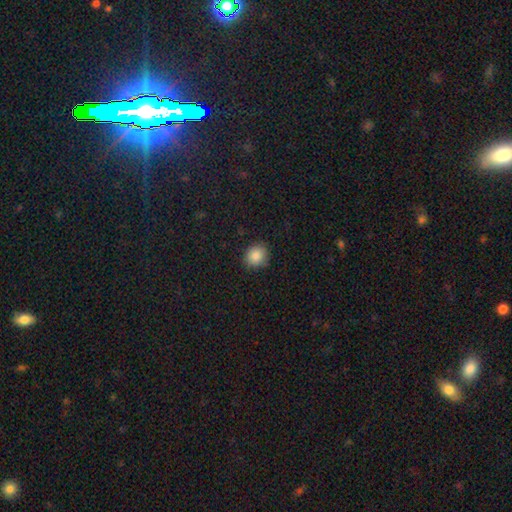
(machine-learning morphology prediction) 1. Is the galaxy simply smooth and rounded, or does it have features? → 87% smooth, 9% star or artifact, 4% featured or disk.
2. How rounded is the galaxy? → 79% round, 20% in between, 1% cigar-shaped.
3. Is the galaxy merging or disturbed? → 86% none, 10% minor disturbance, 2% major disturbance, 1% merger.